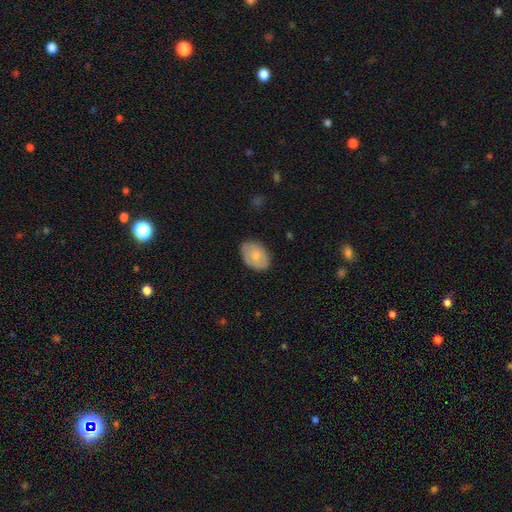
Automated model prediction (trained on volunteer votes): A smooth galaxy with no disk features (72%) that is in between round and cigar-shaped (84%).

Vote fractions:
- Smooth or featured? smooth: 72% / featured or disk: 22% / star or artifact: 6%
- How rounded? in between: 84% / round: 15% / cigar-shaped: 1%
- Merging? none: 79% / minor disturbance: 16% / major disturbance: 3% / merger: 1%